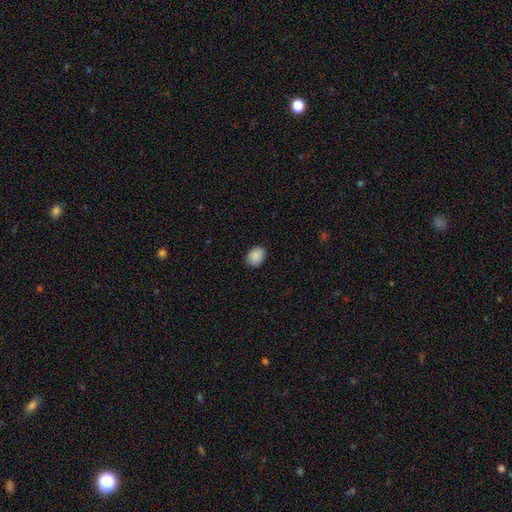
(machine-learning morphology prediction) smooth 89%, star or artifact 7%, featured or disk 3%. Down the decision tree: how rounded — in between (62%); merging — none (86%).